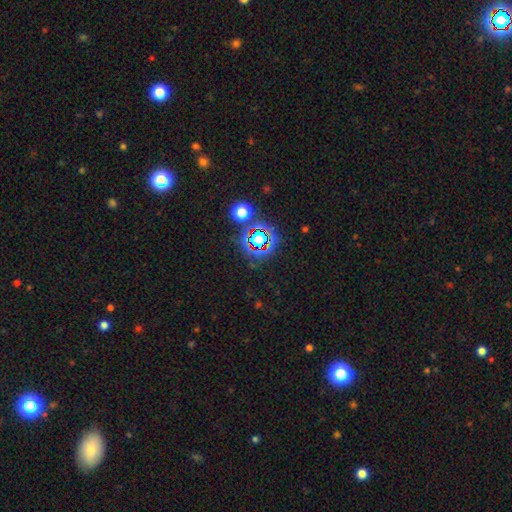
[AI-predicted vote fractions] Morphology: type=star or artifact (74%).